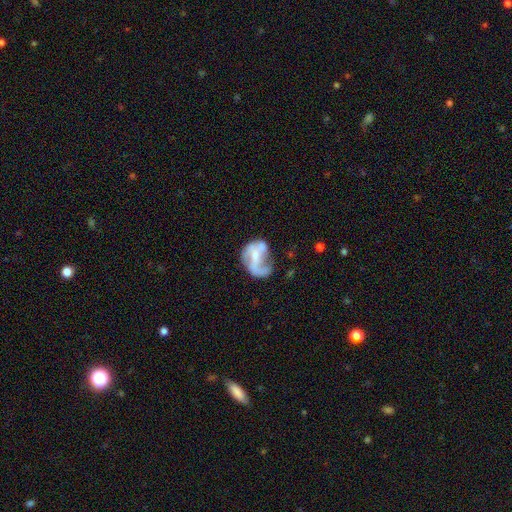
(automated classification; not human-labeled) This appears to be a featured or disk galaxy (63%) with no bar (48%), spiral arms (56%) and a small central bulge (35%, tied with moderate). Merging: major disturbance (33%, tied with none).